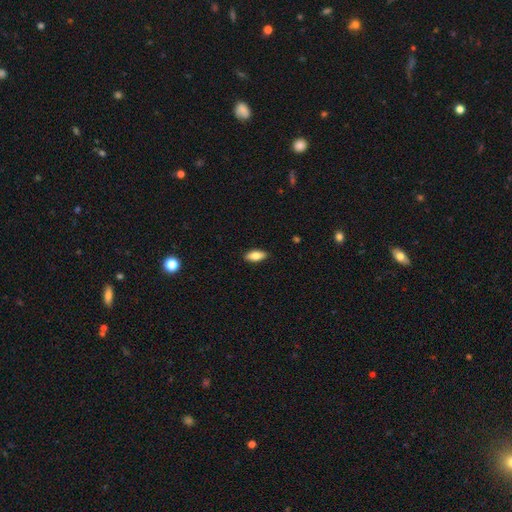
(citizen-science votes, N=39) Smooth or featured: smooth — 82% (featured or disk — 13%)
How rounded: in between — 88% (cigar-shaped — 12%)
Merging: none — 100%